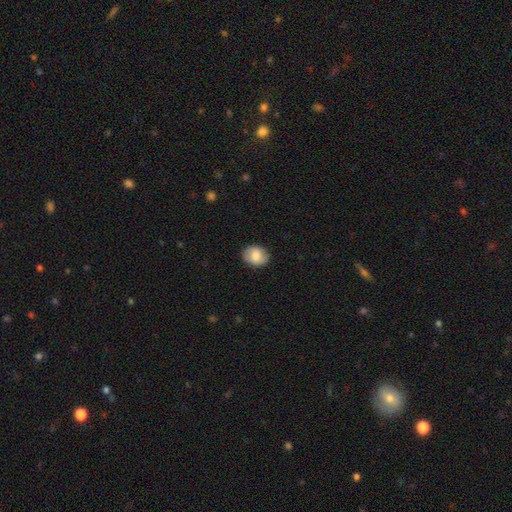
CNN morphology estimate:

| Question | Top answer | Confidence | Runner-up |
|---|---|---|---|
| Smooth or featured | smooth | 81% | featured or disk (12%) |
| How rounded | in between | 55% | round (44%) |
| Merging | none | 87% | minor disturbance (10%) |